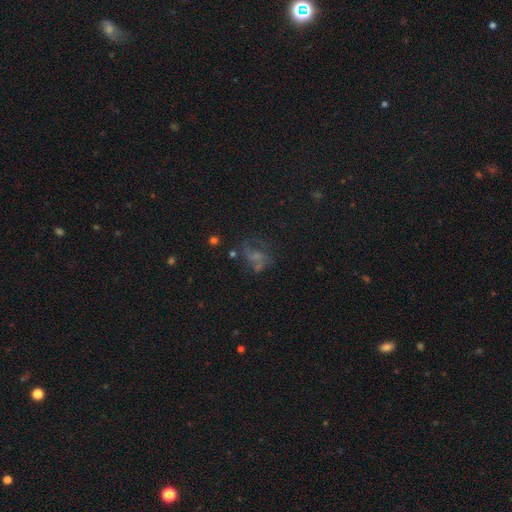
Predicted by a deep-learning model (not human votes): Smooth or featured?
  - featured or disk: 46% *
  - smooth: 30%
  - star or artifact: 24%
Merging?
  - none: 41% *
  - major disturbance: 31%
  - minor disturbance: 19%
  - merger: 8%